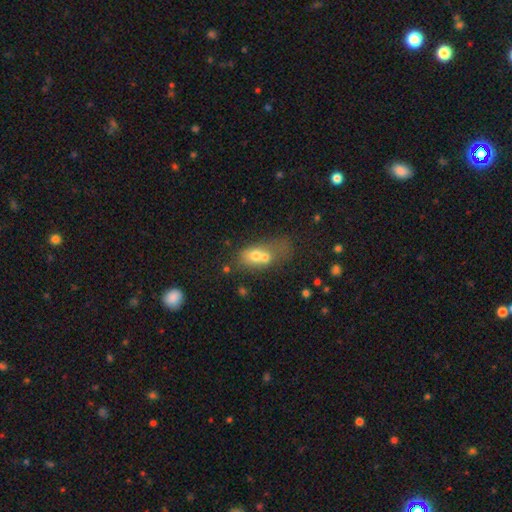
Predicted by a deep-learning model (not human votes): smooth-or-featured: smooth: 60% | featured or disk: 28% | star or artifact: 12%
  how-rounded: in between: 67% | round: 28% | cigar-shaped: 5%
  merging: merger: 66% | none: 16% | major disturbance: 9% | minor disturbance: 9%